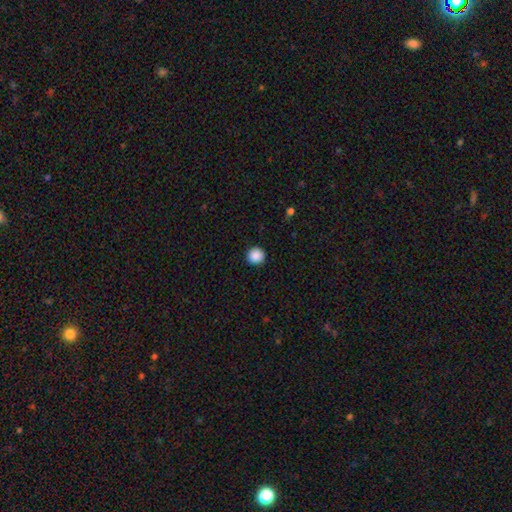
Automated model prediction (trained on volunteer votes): The model was most divided on "smooth or featured": smooth: 88%, star or artifact: 9%, featured or disk: 2%. More confident: how rounded — round (95%); merging — none (93%).